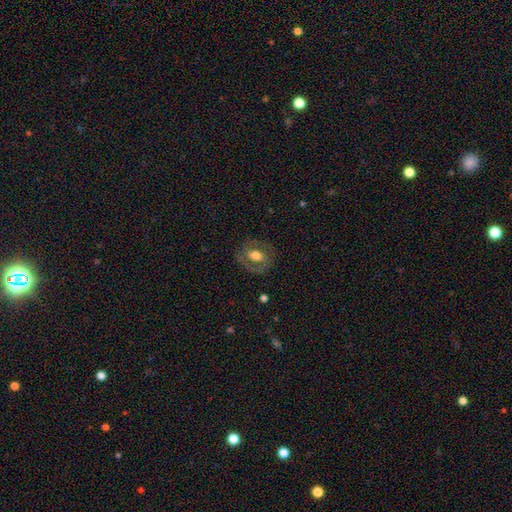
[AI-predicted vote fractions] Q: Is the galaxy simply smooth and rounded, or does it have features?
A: featured or disk — 49%.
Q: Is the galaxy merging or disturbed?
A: none — 78%.